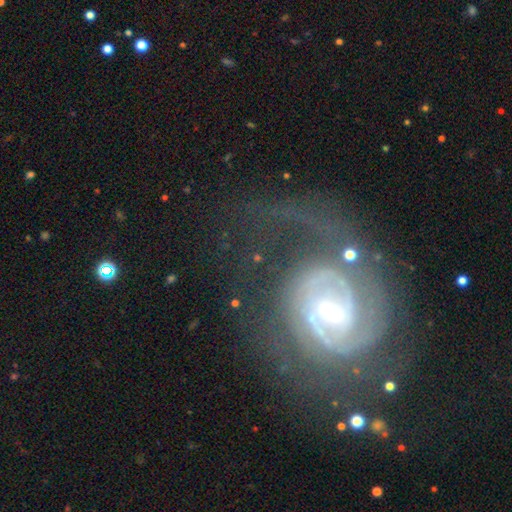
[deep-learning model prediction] Morphology: type=featured or disk (86%); edge-on=no (97%); bar=weak (46%); spiral arms=yes (95%); winding=tight (57%); arm count=2 (46%); bulge=small (55%); merging=none (44%).